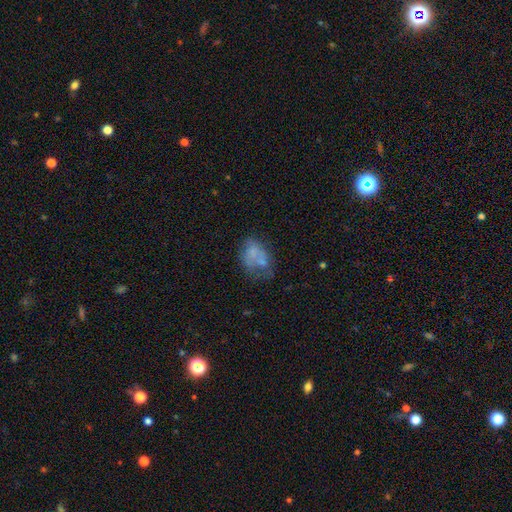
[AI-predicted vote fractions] Morphology: type=smooth (55%); roundness=in between (77%); merging=none (33%).